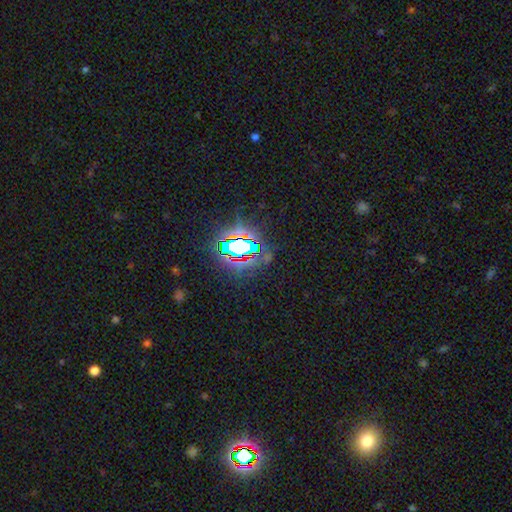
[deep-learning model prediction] A star or artifact, not a galaxy (82%).

Vote fractions:
- Smooth or featured? star or artifact: 82% / smooth: 11% / featured or disk: 8%